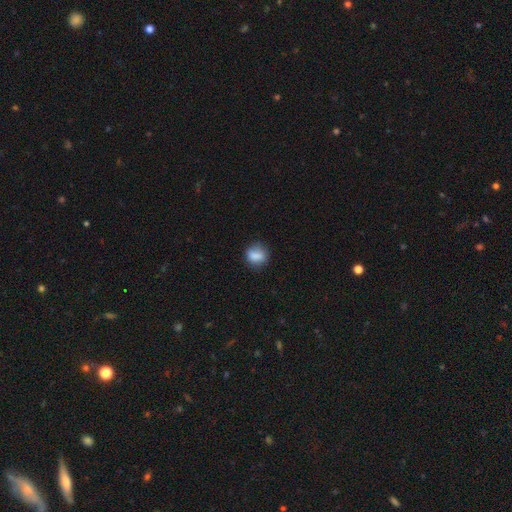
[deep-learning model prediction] smooth-or-featured: smooth: 78% | featured or disk: 14% | star or artifact: 9%
  how-rounded: round: 56% | in between: 40% | cigar-shaped: 4%
  merging: none: 70% | minor disturbance: 20% | major disturbance: 6% | merger: 4%